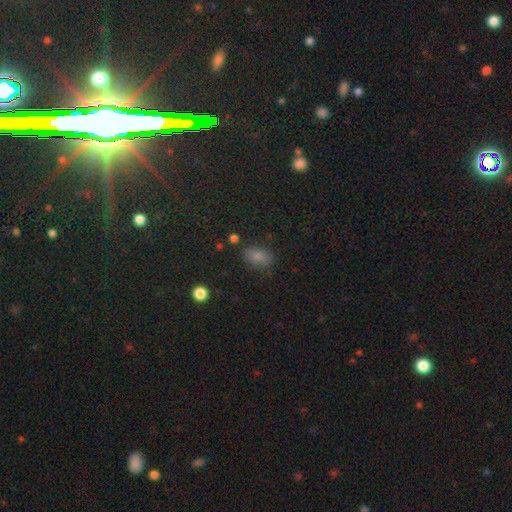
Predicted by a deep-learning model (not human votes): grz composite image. It shows a smooth galaxy with no disk features (75%) that is in between round and cigar-shaped (86%). Merging: none (79%).